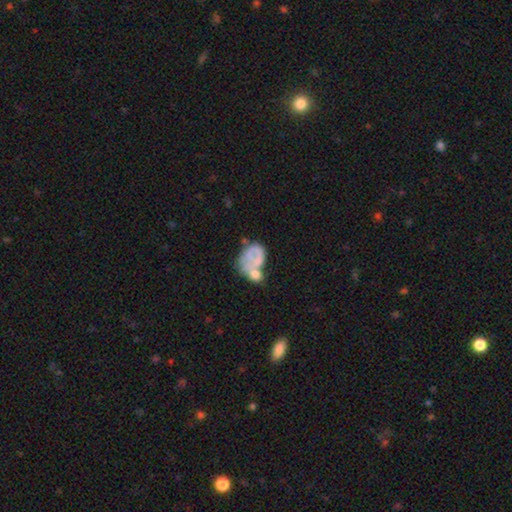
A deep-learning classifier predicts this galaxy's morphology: smooth 48%, featured or disk 42%, star or artifact 10%. Down the decision tree: merging — merger (42%).